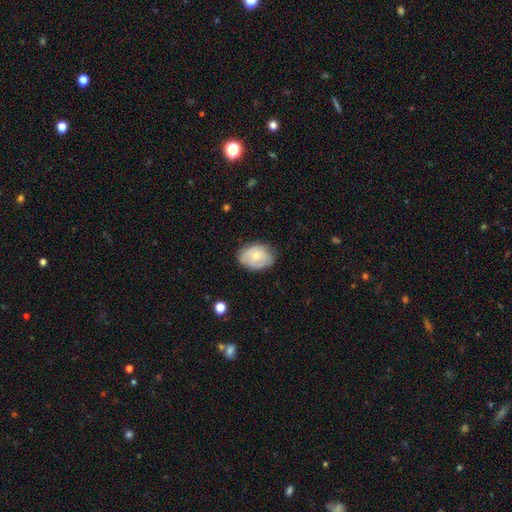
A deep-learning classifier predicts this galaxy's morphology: Smooth or featured? Predicted: smooth (p=0.68). How rounded? Predicted: in between (p=0.79). Merging? Predicted: none (p=0.72).